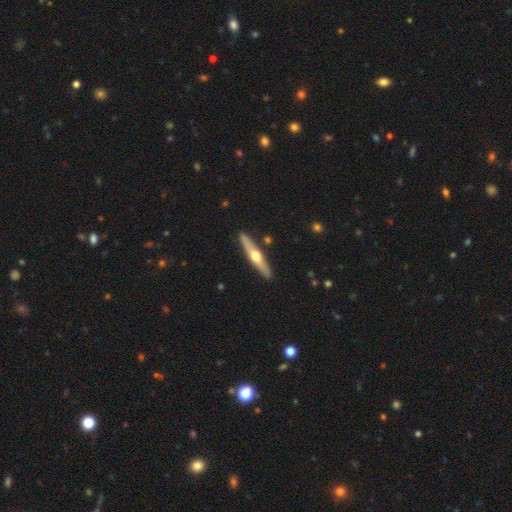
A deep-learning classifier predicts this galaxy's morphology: type=featured or disk (63%); edge-on=yes (95%); edge-on bulge=rounded (94%); merging=none (90%).